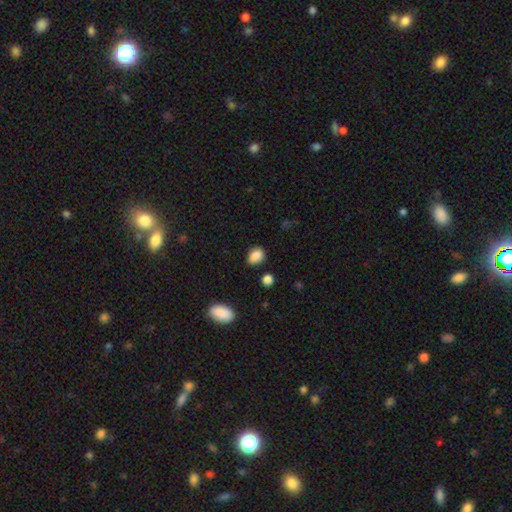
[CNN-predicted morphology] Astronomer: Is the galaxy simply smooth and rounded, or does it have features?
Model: smooth — 87%.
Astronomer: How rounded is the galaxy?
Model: in between — 68%.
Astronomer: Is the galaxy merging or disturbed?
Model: none — 80%.